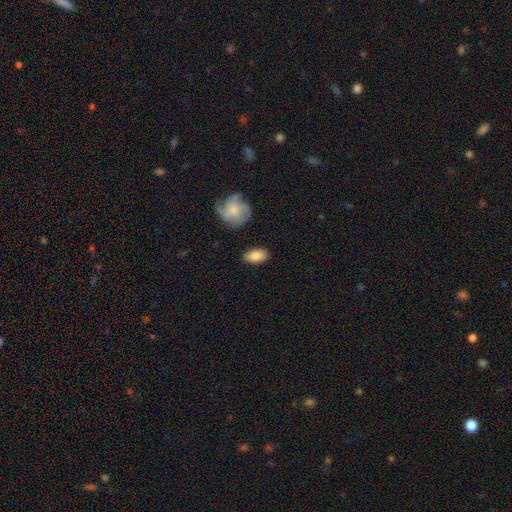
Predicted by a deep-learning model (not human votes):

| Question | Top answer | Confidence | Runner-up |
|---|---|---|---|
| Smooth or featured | smooth | 84% | featured or disk (10%) |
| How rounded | in between | 91% | round (5%) |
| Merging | none | 84% | minor disturbance (11%) |